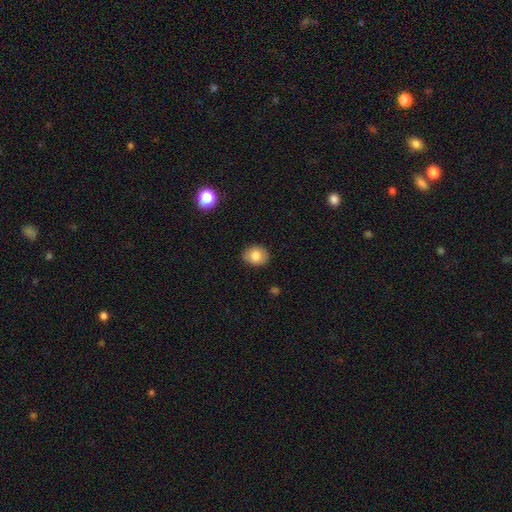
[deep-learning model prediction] The model was most divided on "how rounded": round: 53%, in between: 46%, cigar-shaped: 1%. More confident: merging — none (85%); smooth or featured — smooth (81%).